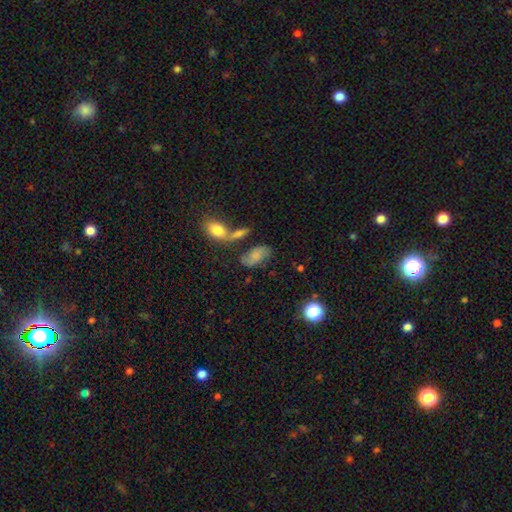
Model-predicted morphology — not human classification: A smooth galaxy with no disk features (64%) that is in between round and cigar-shaped (89%).

Vote fractions:
- Smooth or featured? smooth: 64% / featured or disk: 26% / star or artifact: 10%
- How rounded? in between: 89% / round: 6% / cigar-shaped: 5%
- Merging? none: 52% / minor disturbance: 20% / merger: 18% / major disturbance: 10%